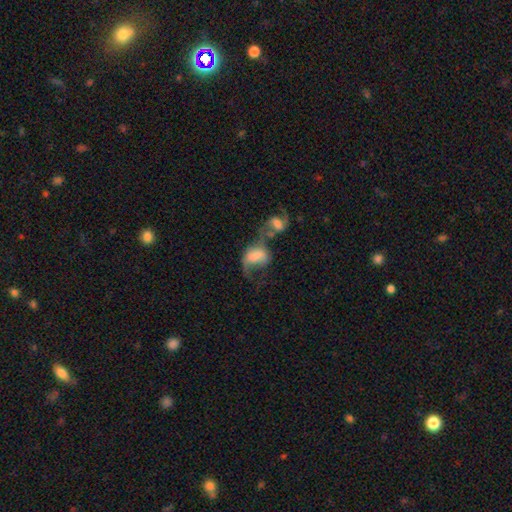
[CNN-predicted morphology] Smooth or featured? featured or disk (46%)
Merging? merger (69%)